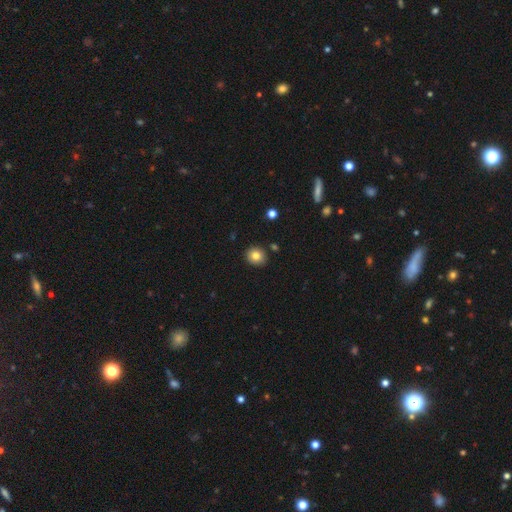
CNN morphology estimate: A smooth galaxy with no disk features (81%) that is round (80%).

Vote fractions:
- Smooth or featured? smooth: 81% / star or artifact: 10% / featured or disk: 8%
- How rounded? round: 80% / in between: 19% / cigar-shaped: 1%
- Merging? none: 89% / minor disturbance: 7% / merger: 2% / major disturbance: 2%